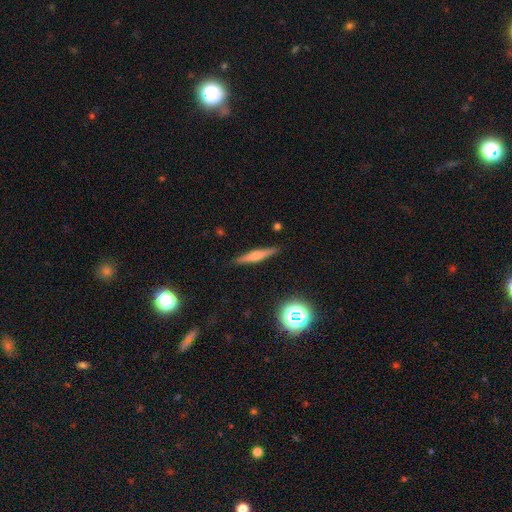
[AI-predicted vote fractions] This is possibly a featured or disk galaxy (50%). It is clearly viewed edge-on (96%). Merging: clearly none (90%).